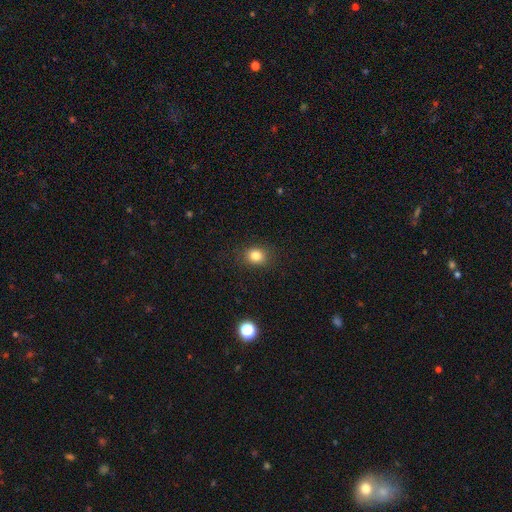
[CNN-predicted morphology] Overall: smooth (83%). How rounded: round (65%; in between 34%). Merging: none (86%).